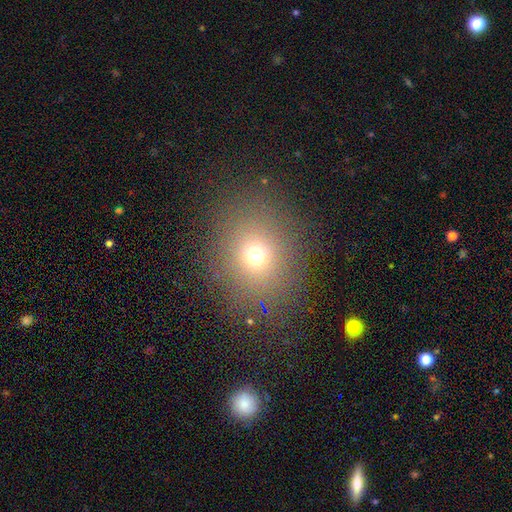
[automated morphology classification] A smooth galaxy with no disk features (68%) that is round (71%).

Vote fractions:
- Smooth or featured? smooth: 68% / star or artifact: 22% / featured or disk: 10%
- How rounded? round: 71% / in between: 28% / cigar-shaped: 1%
- Merging? none: 85% / minor disturbance: 8% / major disturbance: 5% / merger: 2%